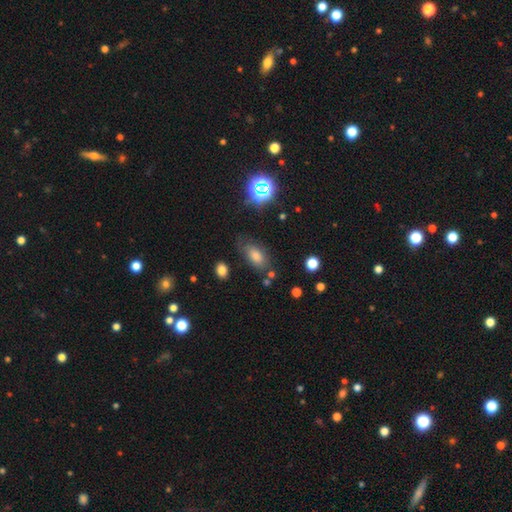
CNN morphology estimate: A smooth galaxy with no disk features (67%) that is in between round and cigar-shaped (87%). Merging: none (70%).